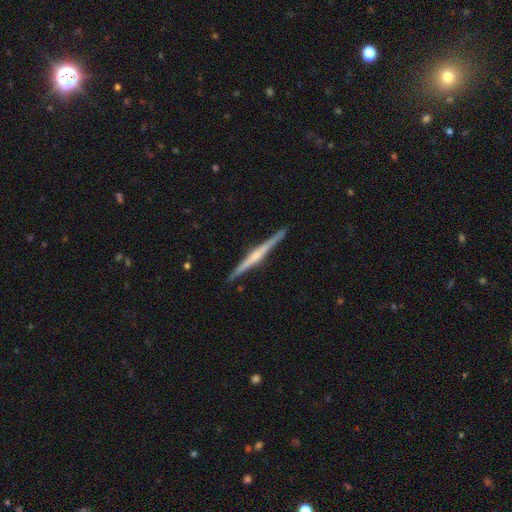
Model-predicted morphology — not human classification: smooth-or-featured: featured or disk: 77% | smooth: 18% | star or artifact: 5%
  disk-edge-on: yes: 99% | no: 1%
    edge-on-bulge: rounded: 65% | none: 20% | boxy: 14%
  merging: none: 92% | minor disturbance: 6% | major disturbance: 1% | merger: 1%